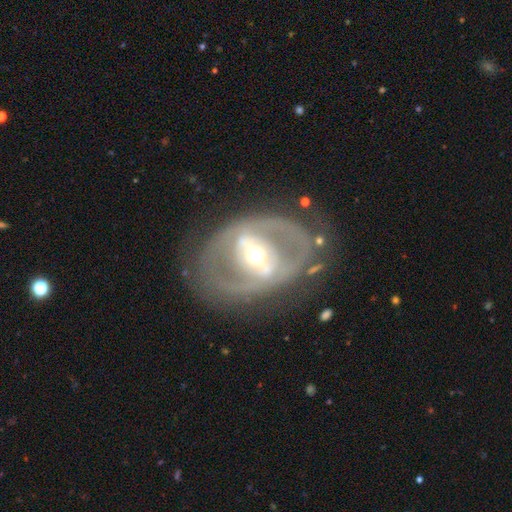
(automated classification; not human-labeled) smooth_or_featured: featured or disk (p=0.82) [alt: smooth p=0.12]
disk_edge_on: no (p=0.93) [alt: yes p=0.07]
bar: strong (p=0.63) [alt: weak p=0.25]
has_spiral_arms: yes (p=0.54) [alt: no p=0.46]
bulge_size: moderate (p=0.62) [alt: small p=0.28]
merging: none (p=0.70) [alt: minor disturbance p=0.15]